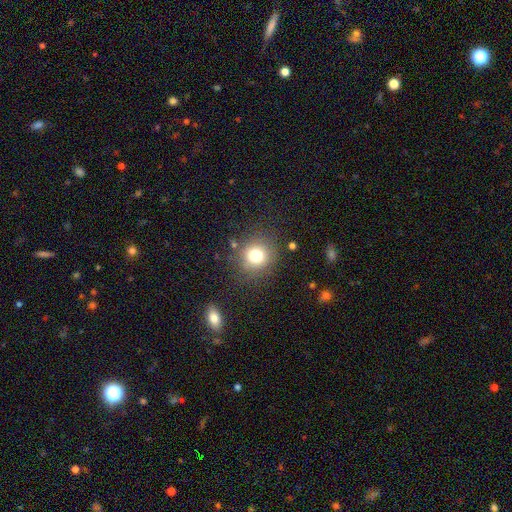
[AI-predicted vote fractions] Smooth or featured? Predicted: smooth (p=0.77). How rounded? Predicted: round (p=0.87). Merging? Predicted: none (p=0.82).